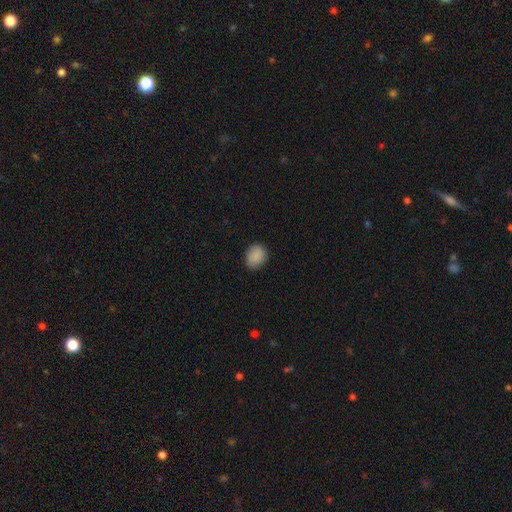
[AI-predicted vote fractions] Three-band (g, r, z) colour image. It shows a smooth galaxy with no disk features (88%) that is round (52%). Merging: none (83%).